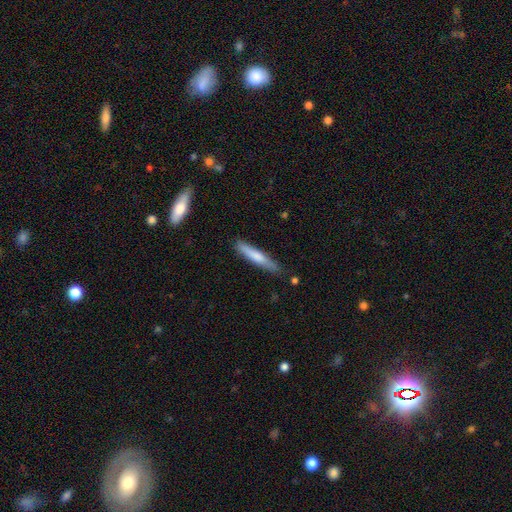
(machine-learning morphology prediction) A smooth galaxy with no disk features (68%) that is cigar-shaped (92%).

Vote fractions:
- Smooth or featured? smooth: 68% / featured or disk: 27% / star or artifact: 5%
- How rounded? cigar-shaped: 92% / in between: 7% / round: 1%
- Merging? none: 81% / minor disturbance: 15% / major disturbance: 3% / merger: 2%